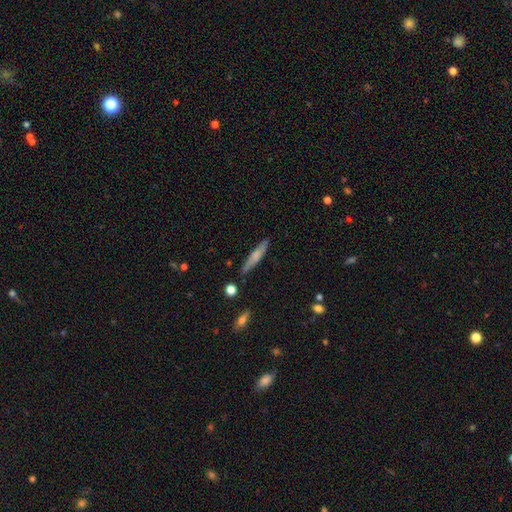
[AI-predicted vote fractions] This appears to be a smooth galaxy with no disk features (61%) that is cigar-shaped (90%). Merging: none (85%).